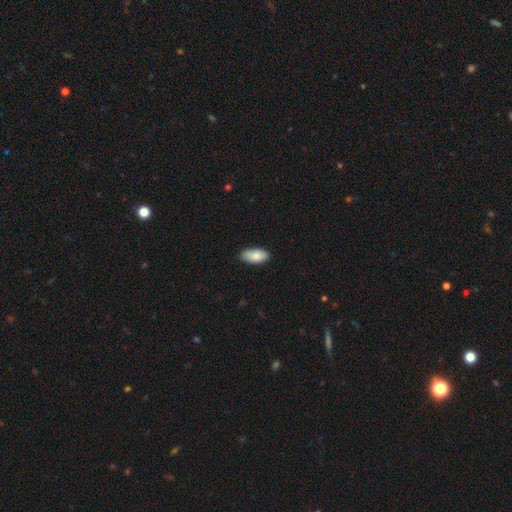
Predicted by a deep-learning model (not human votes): Smooth or featured: smooth — 85% (featured or disk — 8%)
How rounded: in between — 91% (cigar-shaped — 7%)
Merging: none — 84% (minor disturbance — 13%)